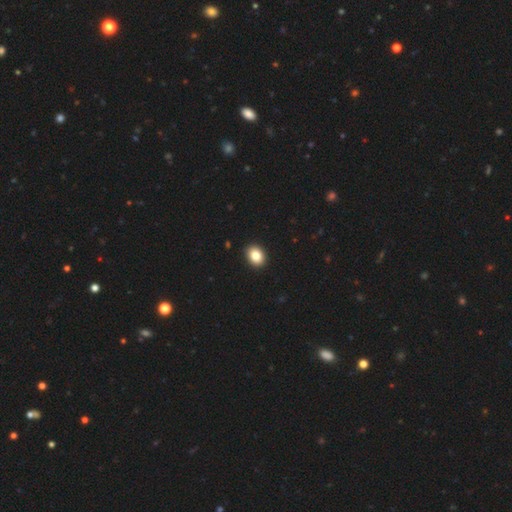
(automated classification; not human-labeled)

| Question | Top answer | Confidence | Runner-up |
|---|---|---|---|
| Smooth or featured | smooth | 85% | star or artifact (9%) |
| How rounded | in between | 59% | round (40%) |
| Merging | none | 92% | minor disturbance (6%) |